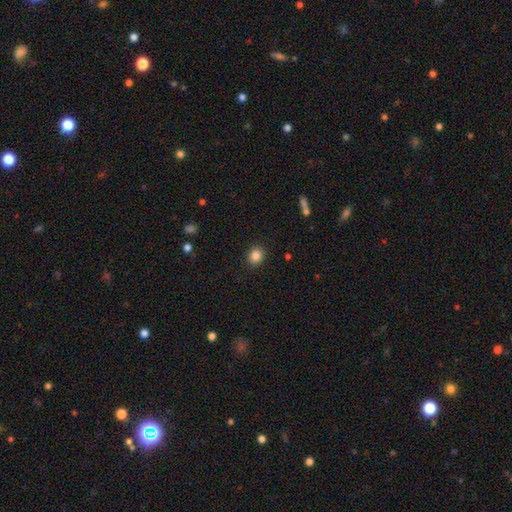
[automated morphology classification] smooth_or_featured: smooth (p=0.85) [alt: star or artifact p=0.10]
how_rounded: round (p=0.66) [alt: in between p=0.33]
merging: none (p=0.90) [alt: minor disturbance p=0.07]